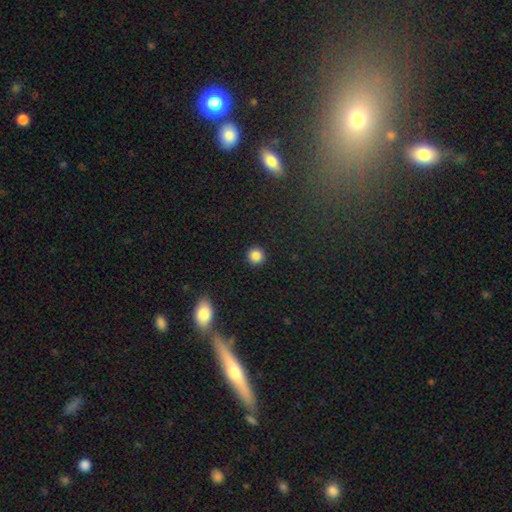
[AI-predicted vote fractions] A smooth galaxy with no disk features (85%) that is round (95%). Merging: none (92%).